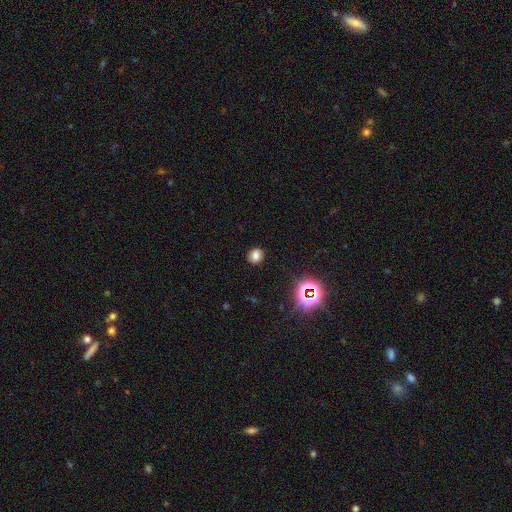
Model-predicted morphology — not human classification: smooth 72%, star or artifact 18%, featured or disk 9%. Down the decision tree: how rounded — round (64%); merging — none (88%).